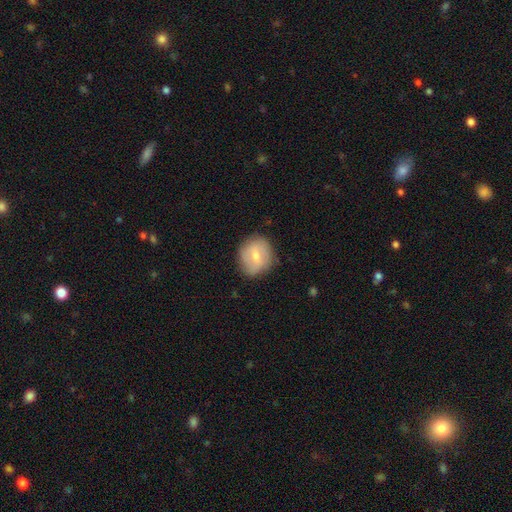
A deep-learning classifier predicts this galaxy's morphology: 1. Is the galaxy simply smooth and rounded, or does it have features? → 57% smooth, 36% featured or disk, 7% star or artifact.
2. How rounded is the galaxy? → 77% round, 22% in between, 1% cigar-shaped.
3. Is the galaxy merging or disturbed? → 76% none, 18% minor disturbance, 5% major disturbance, 1% merger.